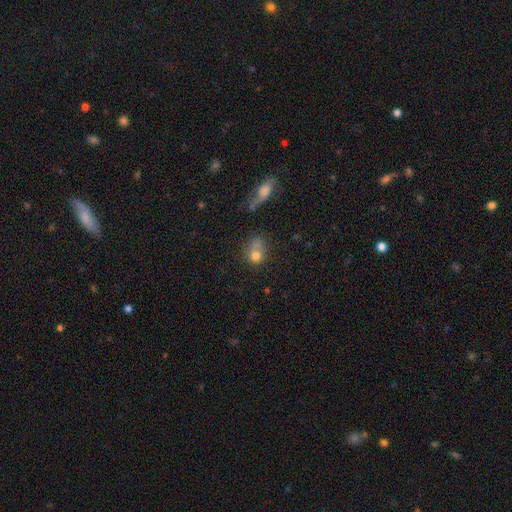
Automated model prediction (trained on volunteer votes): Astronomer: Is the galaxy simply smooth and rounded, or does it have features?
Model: smooth — 72%.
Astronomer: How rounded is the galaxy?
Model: round — 68%.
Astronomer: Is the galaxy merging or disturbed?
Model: none — 36% (runner-up: merger, 34%).